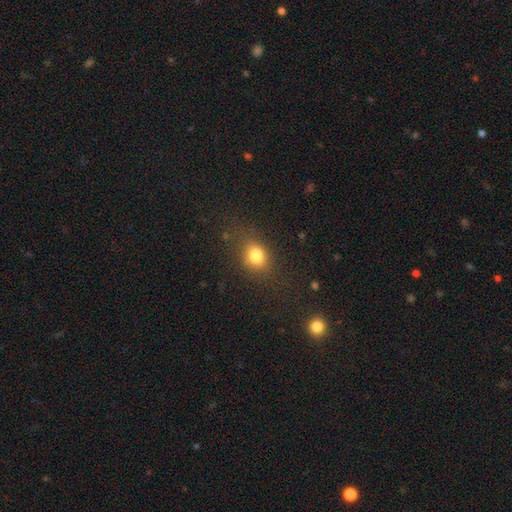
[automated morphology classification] Smooth or featured: smooth — 80% (star or artifact — 12%)
How rounded: in between — 52% (round — 46%)
Merging: none — 71% (minor disturbance — 18%)